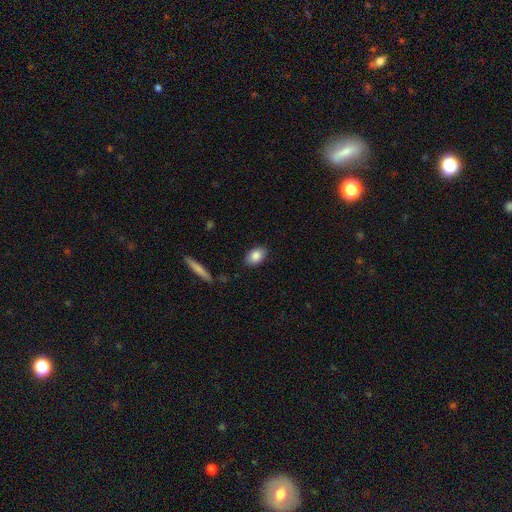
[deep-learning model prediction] A smooth galaxy with no disk features (85%) that is in between round and cigar-shaped (85%).

Vote fractions:
- Smooth or featured? smooth: 85% / featured or disk: 8% / star or artifact: 7%
- How rounded? in between: 85% / round: 13% / cigar-shaped: 2%
- Merging? none: 85% / minor disturbance: 11% / major disturbance: 2% / merger: 1%